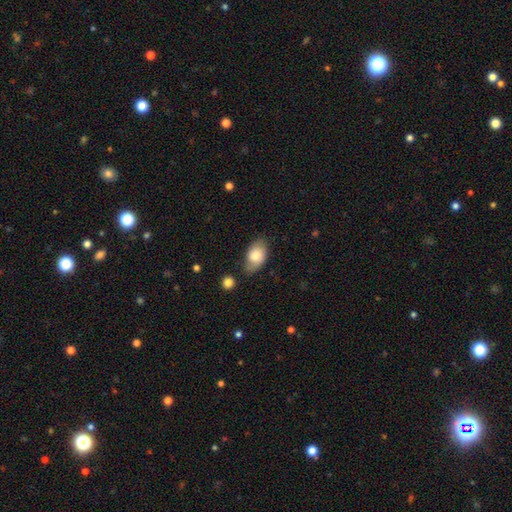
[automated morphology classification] smooth-or-featured: smooth: 76% | featured or disk: 17% | star or artifact: 7%
  how-rounded: in between: 90% | round: 9% | cigar-shaped: 1%
  merging: none: 68% | minor disturbance: 23% | major disturbance: 5% | merger: 4%